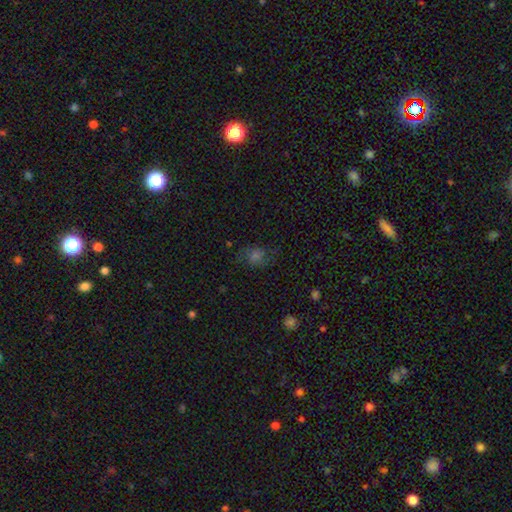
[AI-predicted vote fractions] Smooth or featured? smooth (38%)
Merging? none (70%)